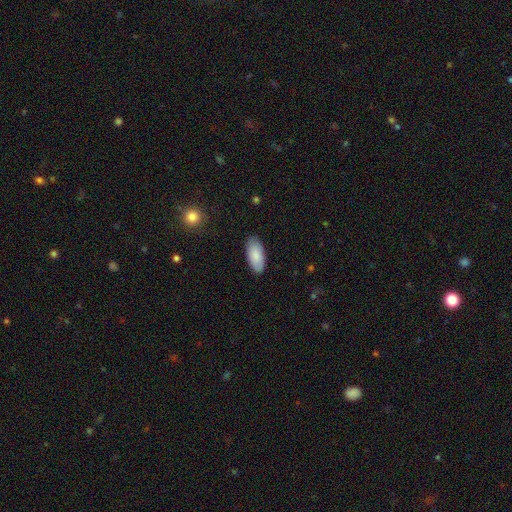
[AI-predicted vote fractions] Morphology: type=smooth (86%); roundness=in between (91%); merging=none (85%).